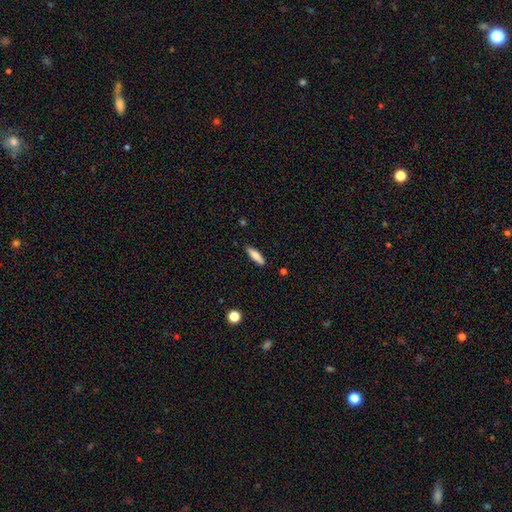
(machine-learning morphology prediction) A smooth galaxy with no disk features (76%) that is cigar-shaped (65%). Merging: none (85%).